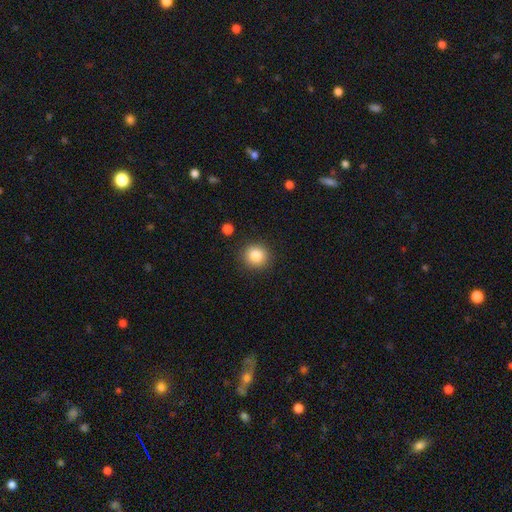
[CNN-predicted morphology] Smooth or featured: smooth — 84% (star or artifact — 10%)
How rounded: round — 90% (in between — 9%)
Merging: none — 90% (minor disturbance — 7%)